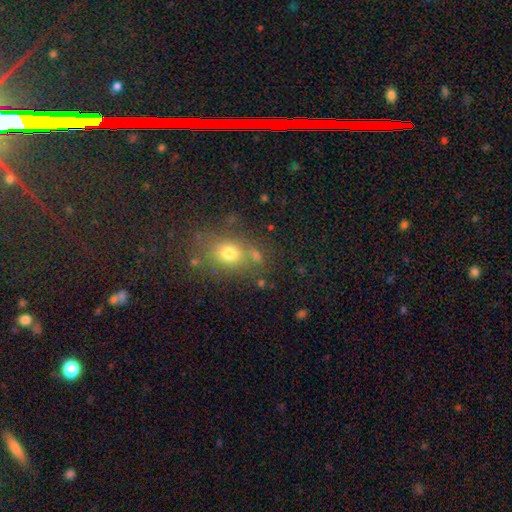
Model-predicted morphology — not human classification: This appears to be a smooth galaxy with no disk features (71%) that is round (51%). Merging: none (67%).